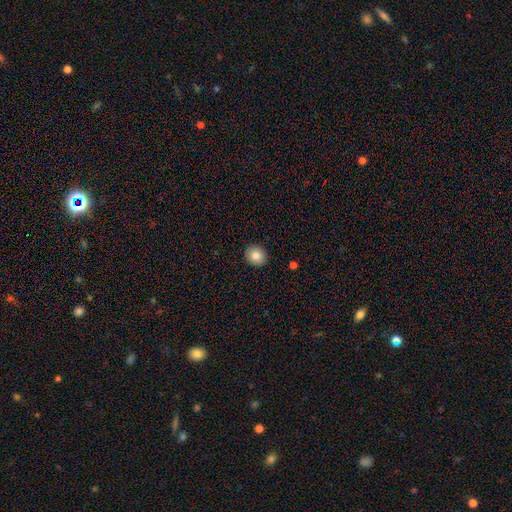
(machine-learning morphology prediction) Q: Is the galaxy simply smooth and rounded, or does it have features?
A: smooth — 84%.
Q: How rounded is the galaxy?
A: round — 79%.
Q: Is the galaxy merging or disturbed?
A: none — 92%.